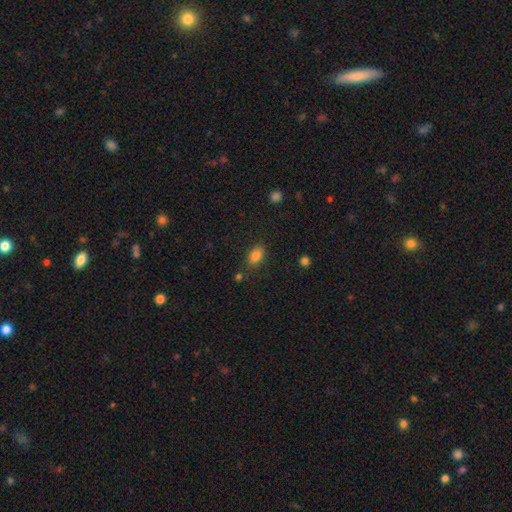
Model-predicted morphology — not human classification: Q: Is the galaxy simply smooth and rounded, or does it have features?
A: smooth — 84%.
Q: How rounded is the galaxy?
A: in between — 82%.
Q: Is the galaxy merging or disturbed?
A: none — 79%.